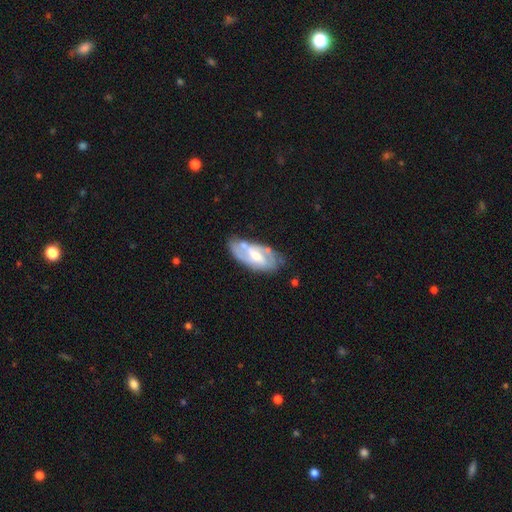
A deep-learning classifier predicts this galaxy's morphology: featured or disk 75%, smooth 20%, star or artifact 5%. Down the decision tree: edge-on disk — no (93%); bar — weak (49%); spiral arms — yes (85%); spiral arm count — 2 (66%); spiral winding — medium (46%); bulge size — moderate (52%); merging — none (62%).